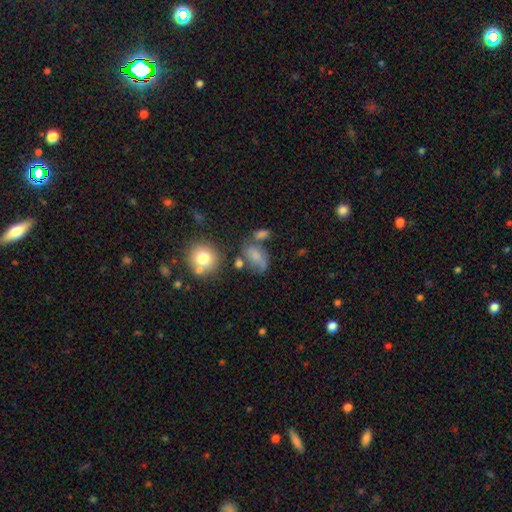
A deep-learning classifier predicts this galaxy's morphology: A smooth galaxy with no disk features (67%) that is in between round and cigar-shaped (80%). Merging: none (45%).